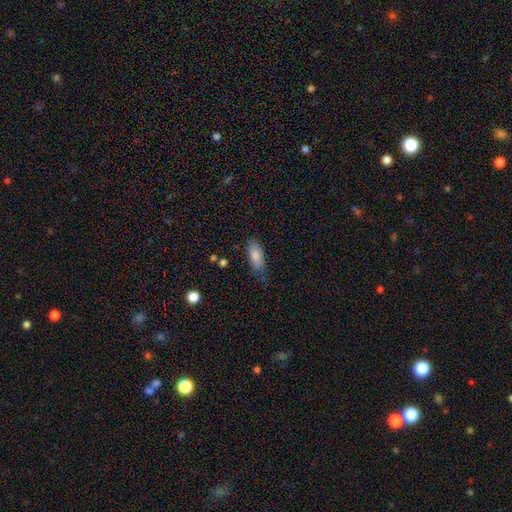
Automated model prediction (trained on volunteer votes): Smooth or featured?
  - smooth: 83% *
  - featured or disk: 10%
  - star or artifact: 7%
How rounded?
  - in between: 82% *
  - cigar-shaped: 16%
  - round: 2%
Merging?
  - none: 70% *
  - minor disturbance: 23%
  - major disturbance: 5%
  - merger: 2%